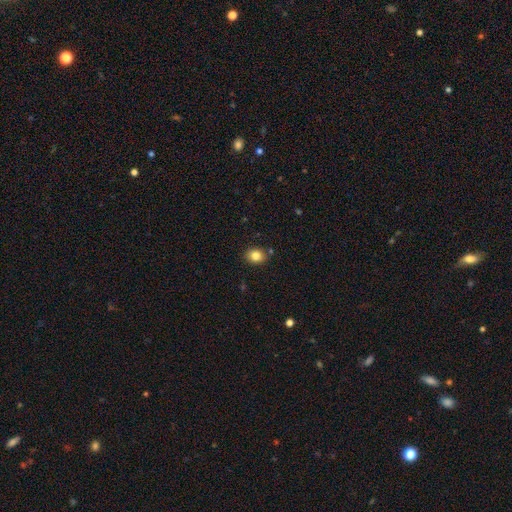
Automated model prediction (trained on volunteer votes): A smooth galaxy with no disk features (83%) that is round (62%). Merging: none (87%).